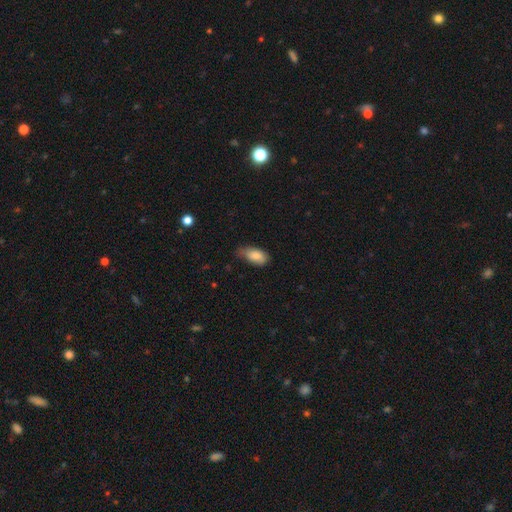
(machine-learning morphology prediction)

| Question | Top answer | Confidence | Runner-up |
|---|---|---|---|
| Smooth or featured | smooth | 84% | featured or disk (9%) |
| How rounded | in between | 92% | cigar-shaped (4%) |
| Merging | none | 49% | minor disturbance (41%) |